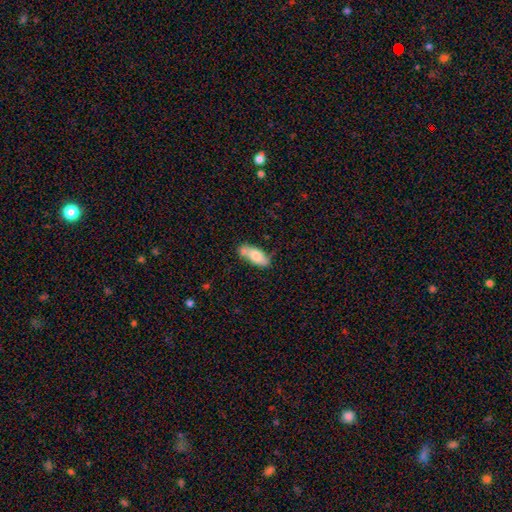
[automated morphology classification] A smooth galaxy with no disk features (73%) that is in between round and cigar-shaped (78%).

Vote fractions:
- Smooth or featured? smooth: 73% / featured or disk: 21% / star or artifact: 7%
- How rounded? in between: 78% / cigar-shaped: 19% / round: 3%
- Merging? none: 54% / minor disturbance: 21% / merger: 19% / major disturbance: 5%